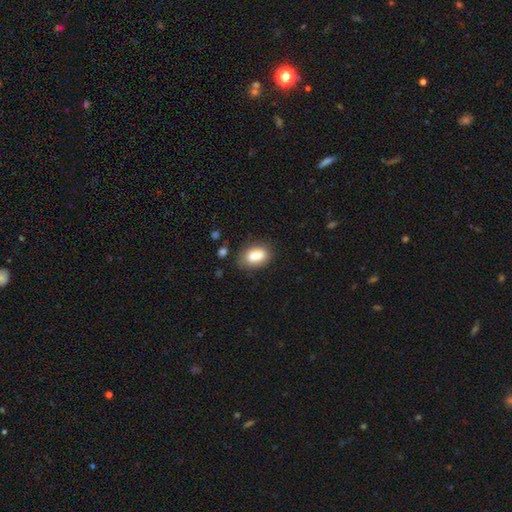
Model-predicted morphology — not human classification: This is clearly a smooth galaxy (85%). How rounded: clearly in between (88%). Merging: likely none (78%).